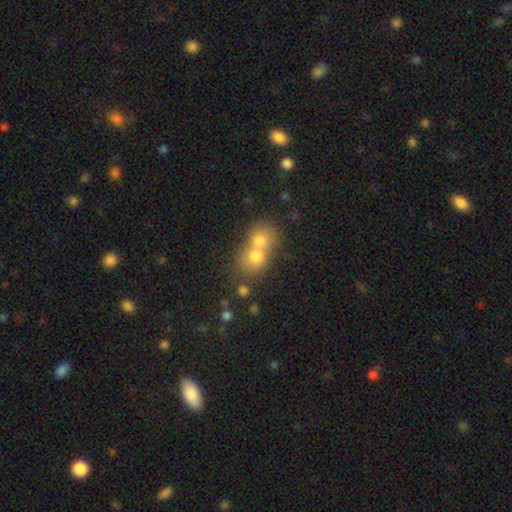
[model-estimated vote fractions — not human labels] Overall: smooth (70%). How rounded: round (68%; in between 30%). Merging: merger (70%).